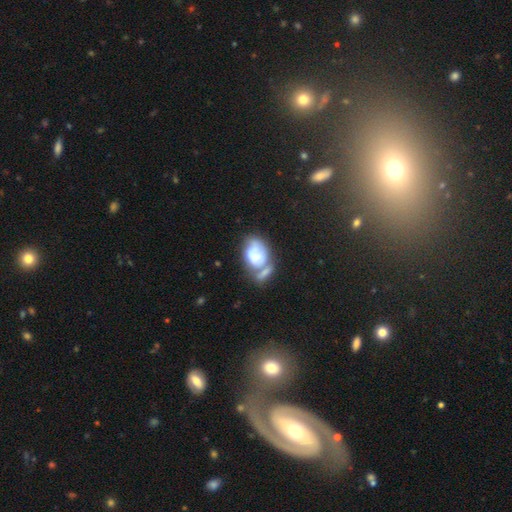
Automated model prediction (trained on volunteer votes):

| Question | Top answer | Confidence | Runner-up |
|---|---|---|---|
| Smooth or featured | smooth | 50% | featured or disk (41%) |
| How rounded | in between | 80% | round (19%) |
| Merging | merger | 44% | none (23%) |